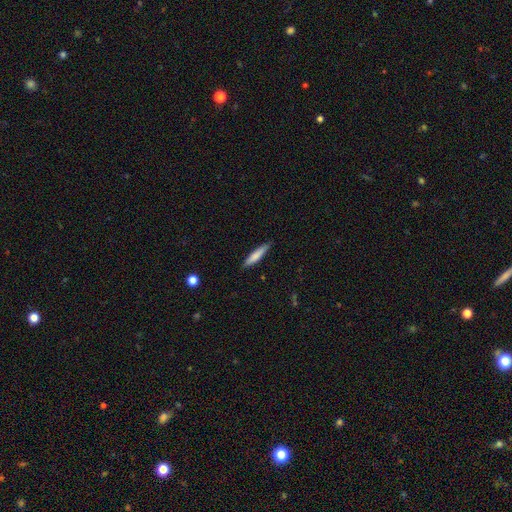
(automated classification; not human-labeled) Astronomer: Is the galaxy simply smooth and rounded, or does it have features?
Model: smooth — 75%.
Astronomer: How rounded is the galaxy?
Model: cigar-shaped — 88%.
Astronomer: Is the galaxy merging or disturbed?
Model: none — 87%.